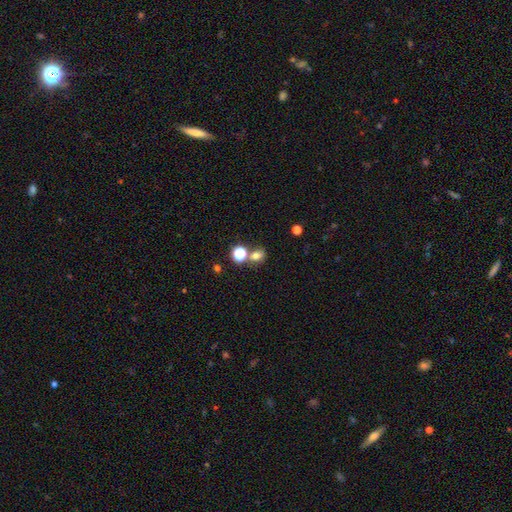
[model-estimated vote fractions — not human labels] A smooth galaxy with no disk features (68%) that is round (52%). Merging: none (59%).